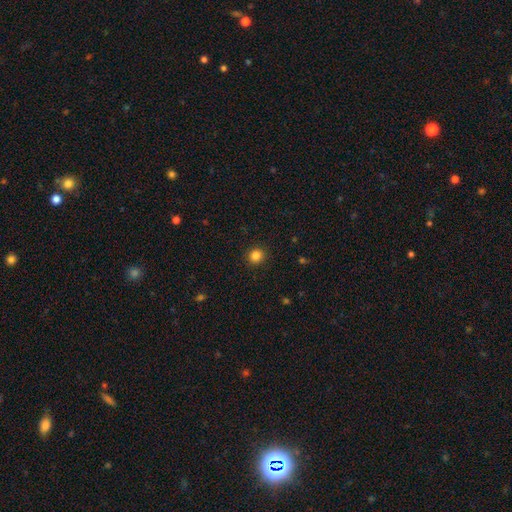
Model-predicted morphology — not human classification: Smooth or featured: smooth — 84% (star or artifact — 12%)
How rounded: round — 92% (in between — 8%)
Merging: none — 92% (minor disturbance — 5%)